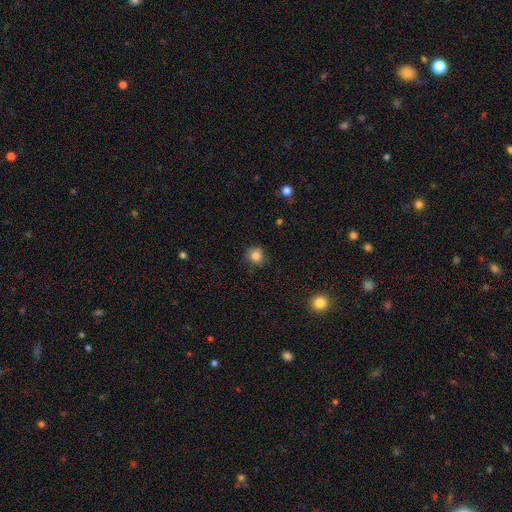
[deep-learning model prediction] Q: Smooth or featured?
A: smooth (84%); runner-up: star or artifact (12%)
Q: How rounded?
A: round (90%); runner-up: in between (9%)
Q: Merging?
A: none (84%); runner-up: minor disturbance (12%)